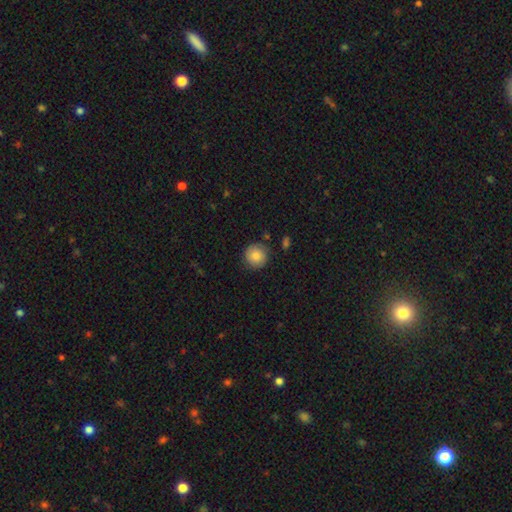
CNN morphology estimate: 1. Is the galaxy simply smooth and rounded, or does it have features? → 84% smooth, 8% featured or disk, 8% star or artifact.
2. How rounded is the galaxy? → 94% round, 5% in between, 1% cigar-shaped.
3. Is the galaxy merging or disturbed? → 85% none, 11% minor disturbance, 3% major disturbance, 2% merger.